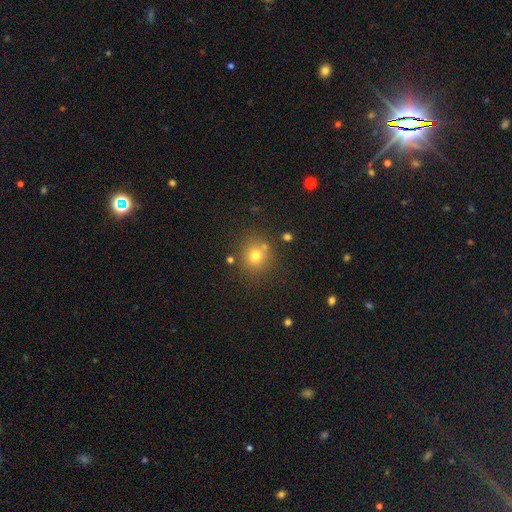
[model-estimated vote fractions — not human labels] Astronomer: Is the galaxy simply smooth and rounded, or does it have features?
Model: smooth — 74%.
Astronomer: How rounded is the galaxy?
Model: round — 89%.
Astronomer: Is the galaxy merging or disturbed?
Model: none — 77%.